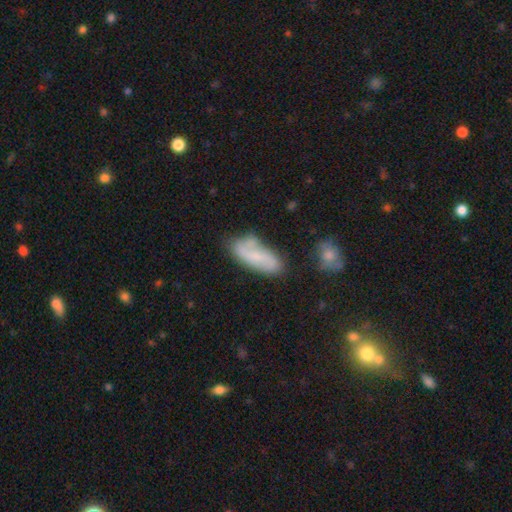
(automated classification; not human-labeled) A smooth galaxy with no disk features (49%).

Vote fractions:
- Smooth or featured? smooth: 49% / featured or disk: 43% / star or artifact: 8%
- Merging? none: 63% / minor disturbance: 23% / merger: 7% / major disturbance: 7%